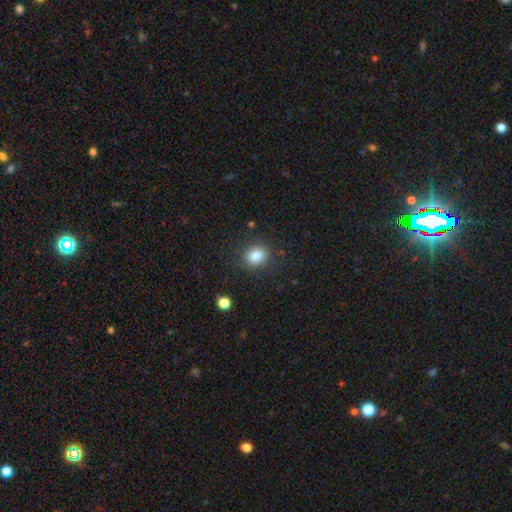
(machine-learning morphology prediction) Smooth or featured?
  - smooth: 84% *
  - star or artifact: 11%
  - featured or disk: 5%
How rounded?
  - round: 64% *
  - in between: 35%
  - cigar-shaped: 1%
Merging?
  - none: 84% *
  - minor disturbance: 10%
  - major disturbance: 4%
  - merger: 2%